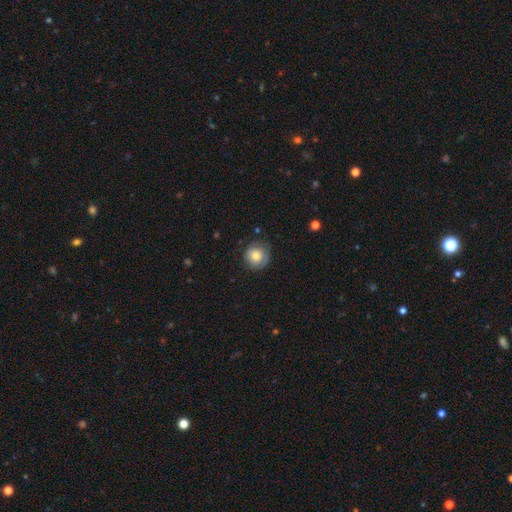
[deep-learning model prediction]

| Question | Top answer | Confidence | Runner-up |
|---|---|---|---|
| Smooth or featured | smooth | 70% | featured or disk (22%) |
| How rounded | round | 91% | in between (8%) |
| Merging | none | 74% | minor disturbance (19%) |